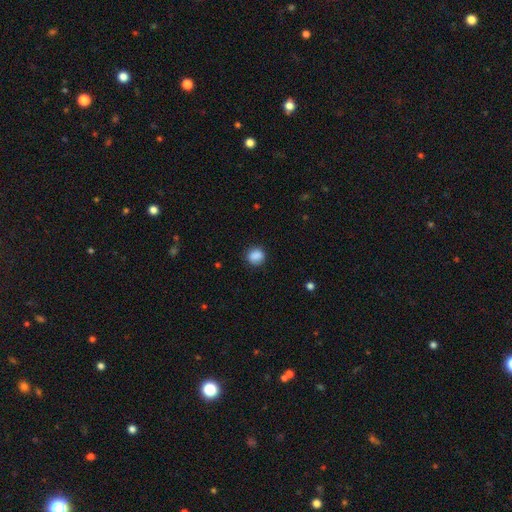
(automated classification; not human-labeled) Morphology: type=smooth (87%); roundness=round (79%); merging=none (84%).